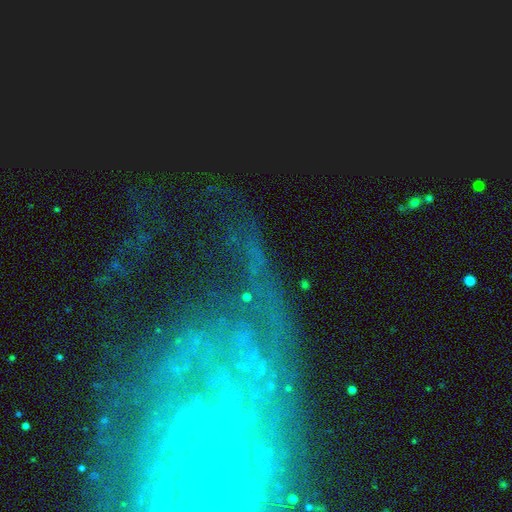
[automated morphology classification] Smooth or featured? Predicted: featured or disk (p=0.54). Edge-on disk? Predicted: no (p=0.88). Merging? Predicted: none (p=0.58).